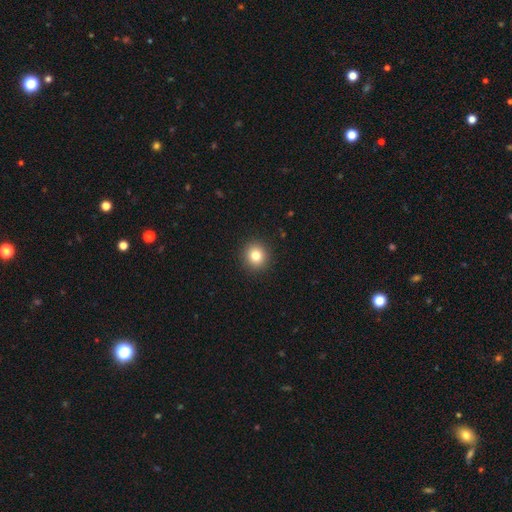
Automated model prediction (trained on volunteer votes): Q: Smooth or featured?
A: smooth (81%); runner-up: star or artifact (12%)
Q: How rounded?
A: round (91%); runner-up: in between (8%)
Q: Merging?
A: none (92%); runner-up: minor disturbance (5%)